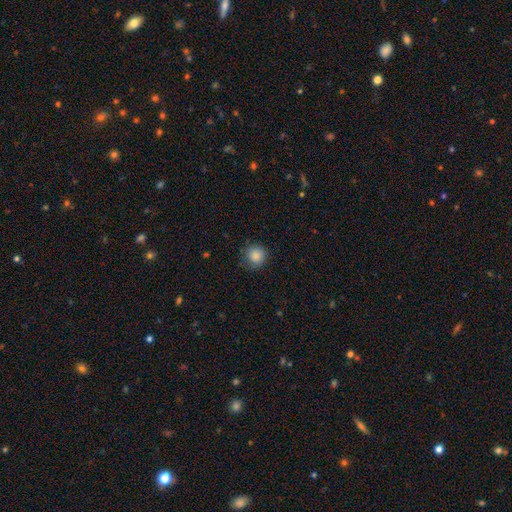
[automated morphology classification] Smooth or featured? smooth (86%)
How rounded? round (93%)
Merging? none (81%)